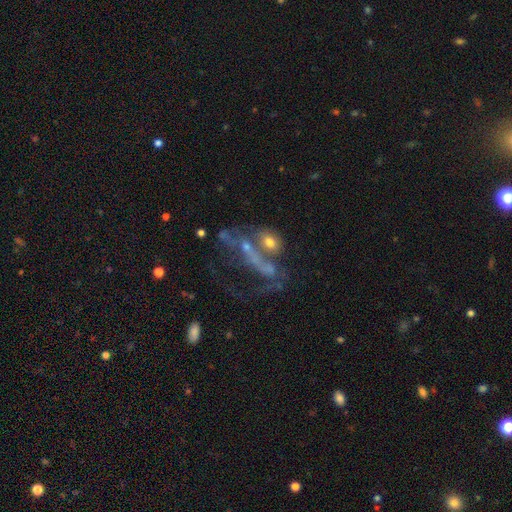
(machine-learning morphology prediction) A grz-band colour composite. It shows a featured or disk galaxy (58%) with no bar (74%), no spiral arms (68%) and no central bulge (44%). Merging: merger (38%).